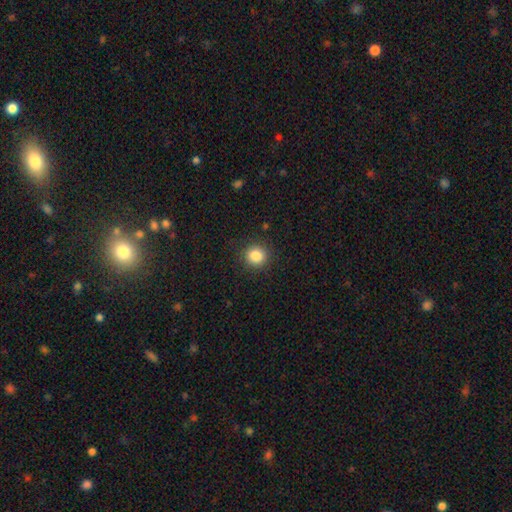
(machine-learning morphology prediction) Smooth or featured? smooth (85%)
How rounded? round (89%)
Merging? none (90%)